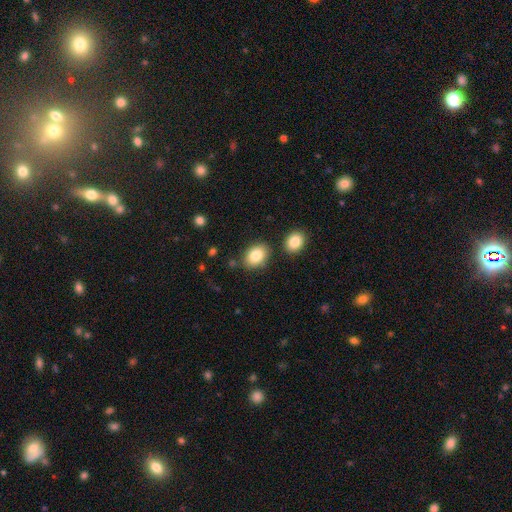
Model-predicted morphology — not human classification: Smooth or featured? smooth (84%)
How rounded? in between (78%)
Merging? none (78%)